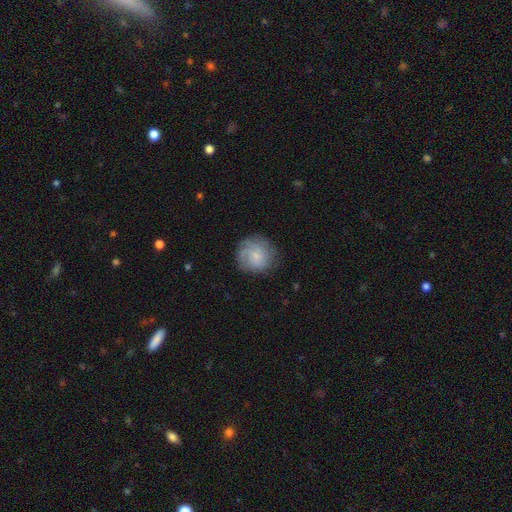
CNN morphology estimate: This appears to be a smooth galaxy with no disk features (56%) that is round (90%). Merging: none (75%).